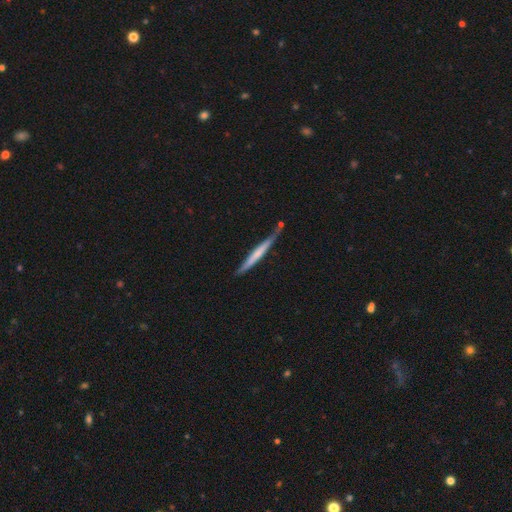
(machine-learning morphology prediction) Q: Smooth or featured?
A: smooth (48%); runner-up: featured or disk (47%)
Q: Merging?
A: none (67%); runner-up: minor disturbance (22%)